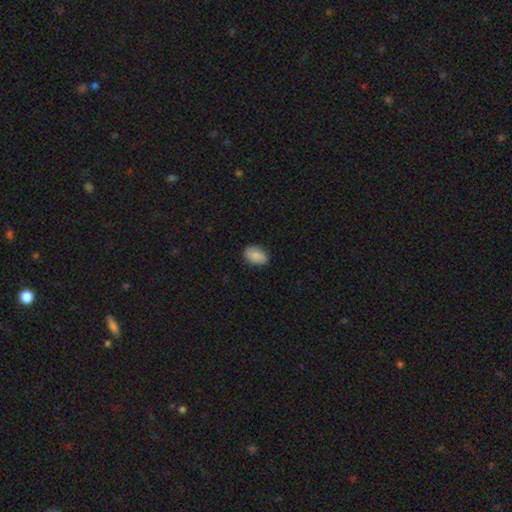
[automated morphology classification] smooth_or_featured: smooth (p=0.84) [alt: featured or disk p=0.09]
how_rounded: in between (p=0.86) [alt: round p=0.12]
merging: none (p=0.82) [alt: minor disturbance p=0.14]